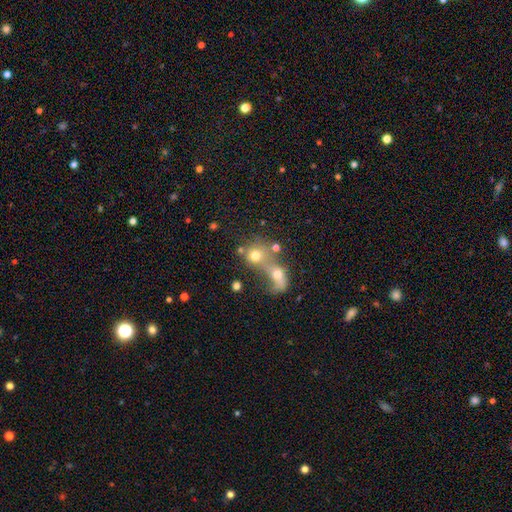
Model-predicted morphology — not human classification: Smooth or featured?
  - smooth: 67% *
  - featured or disk: 19%
  - star or artifact: 14%
How rounded?
  - round: 73% *
  - in between: 25%
  - cigar-shaped: 2%
Merging?
  - merger: 64% *
  - none: 22%
  - major disturbance: 8%
  - minor disturbance: 6%